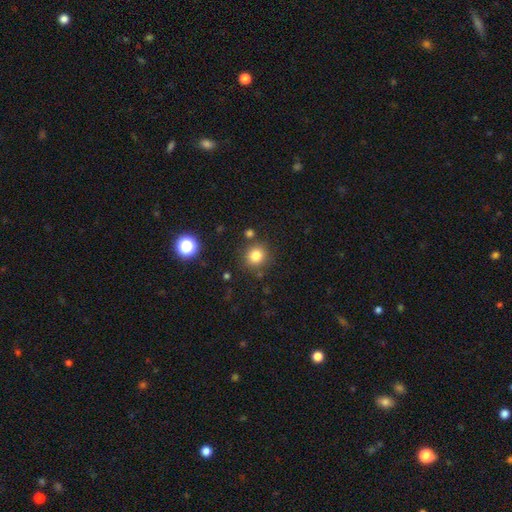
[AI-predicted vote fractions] smooth-or-featured: smooth: 81% | star or artifact: 13% | featured or disk: 6%
  how-rounded: round: 90% | in between: 9% | cigar-shaped: 1%
  merging: none: 83% | minor disturbance: 8% | merger: 5% | major disturbance: 3%